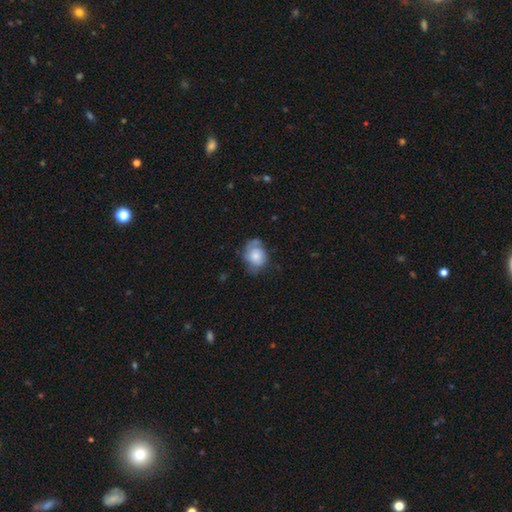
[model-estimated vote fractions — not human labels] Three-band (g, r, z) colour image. It shows a smooth galaxy with no disk features (61%) that is in between round and cigar-shaped (54%). Merging: none (49%).